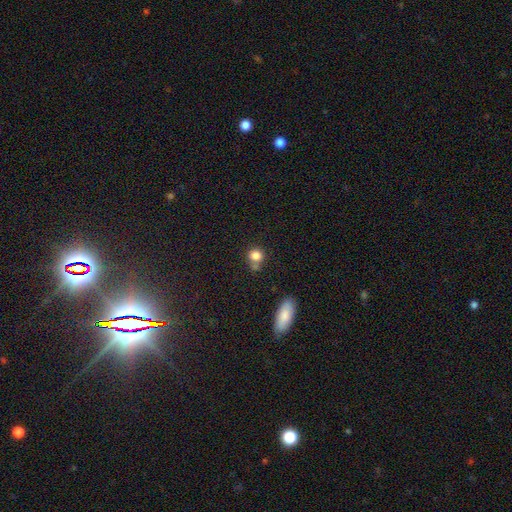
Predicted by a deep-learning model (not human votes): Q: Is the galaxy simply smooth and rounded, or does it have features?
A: smooth — 82%.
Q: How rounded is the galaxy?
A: round — 78%.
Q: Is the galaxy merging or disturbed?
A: none — 55%.